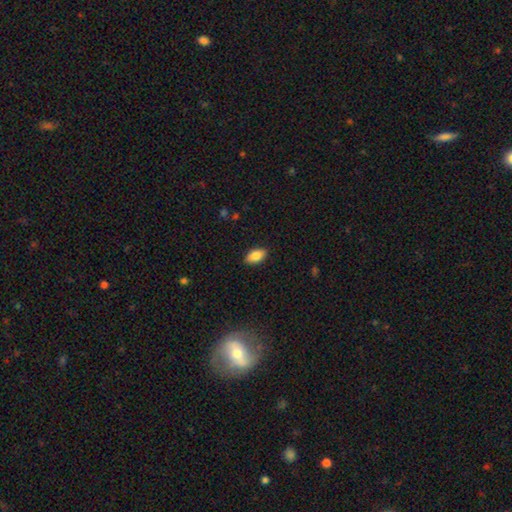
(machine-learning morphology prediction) type=smooth (83%); roundness=in between (92%); merging=none (88%).